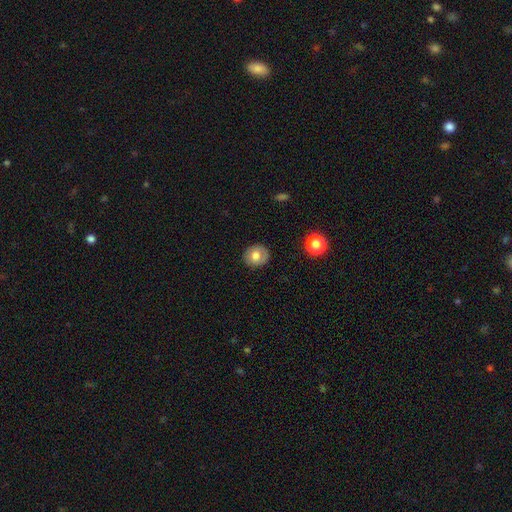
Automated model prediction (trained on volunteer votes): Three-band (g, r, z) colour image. It shows a smooth galaxy with no disk features (74%) that is round (80%). Merging: none (86%).